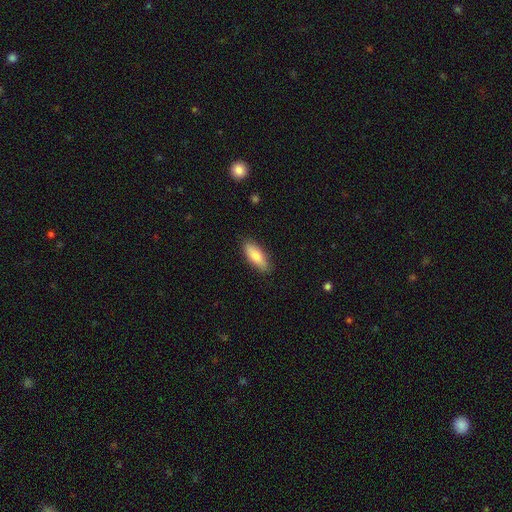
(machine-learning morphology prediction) Smooth or featured: smooth — 81% (featured or disk — 13%)
How rounded: in between — 66% (cigar-shaped — 32%)
Merging: none — 85% (minor disturbance — 12%)